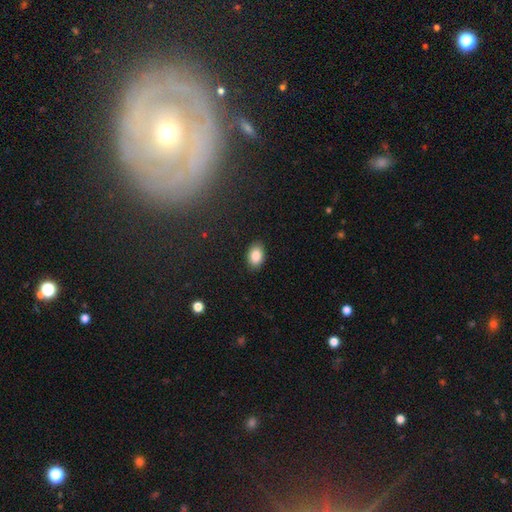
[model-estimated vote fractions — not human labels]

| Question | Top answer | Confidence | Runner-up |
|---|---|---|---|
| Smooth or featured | smooth | 87% | star or artifact (7%) |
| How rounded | in between | 86% | round (13%) |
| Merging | none | 88% | minor disturbance (9%) |